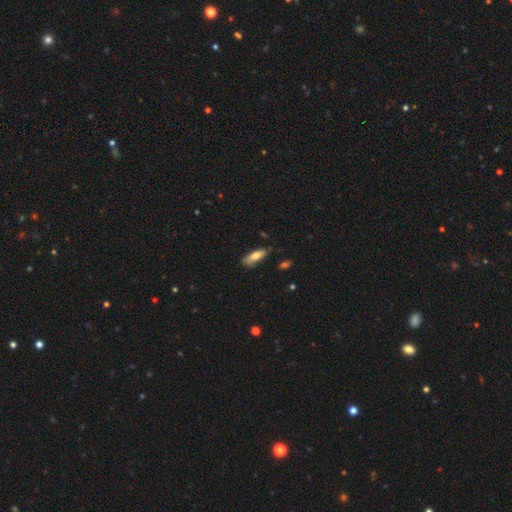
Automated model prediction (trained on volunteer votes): Overall: smooth (73%). How rounded: in between (61%; cigar-shaped 37%). Merging: none (68%).